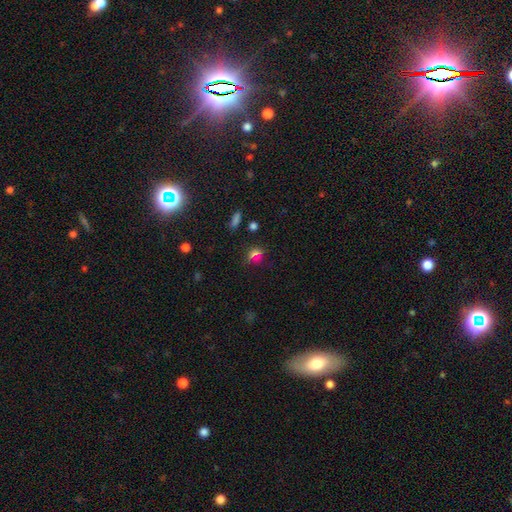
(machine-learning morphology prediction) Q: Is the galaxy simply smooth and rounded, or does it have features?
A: smooth — 56%.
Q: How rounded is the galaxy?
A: round — 75%.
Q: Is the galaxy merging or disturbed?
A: none — 77%.